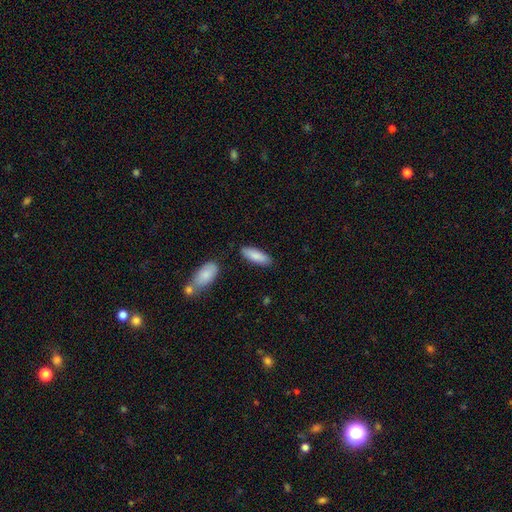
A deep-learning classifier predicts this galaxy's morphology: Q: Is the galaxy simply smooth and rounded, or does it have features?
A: smooth — 86%.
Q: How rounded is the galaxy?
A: in between — 58%.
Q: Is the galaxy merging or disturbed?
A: none — 84%.